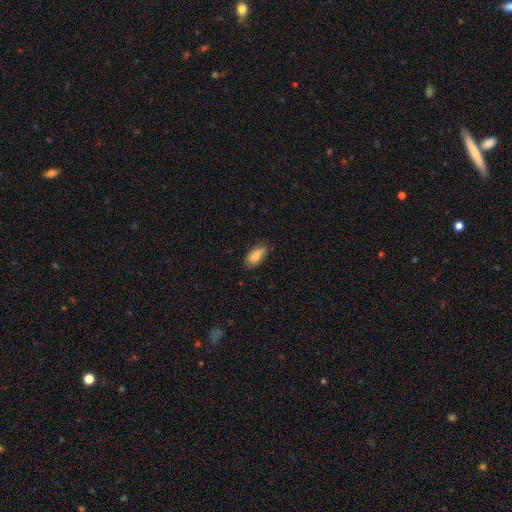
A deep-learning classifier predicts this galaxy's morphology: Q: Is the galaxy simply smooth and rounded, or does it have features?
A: smooth — 84%.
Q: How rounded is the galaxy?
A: in between — 87%.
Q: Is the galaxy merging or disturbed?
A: none — 70%.